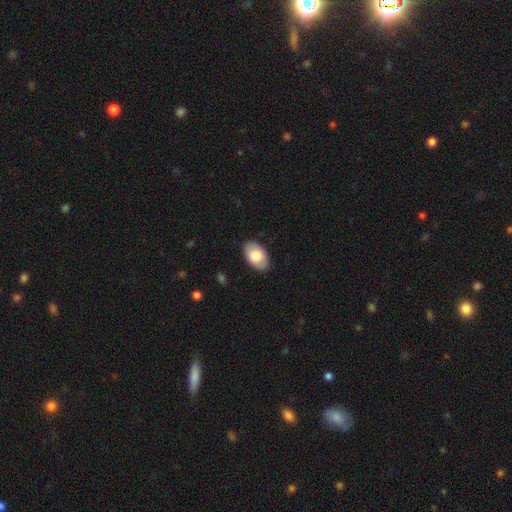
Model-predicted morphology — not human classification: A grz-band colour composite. It shows a smooth galaxy with no disk features (78%) that is in between round and cigar-shaped (94%). Merging: none (87%).